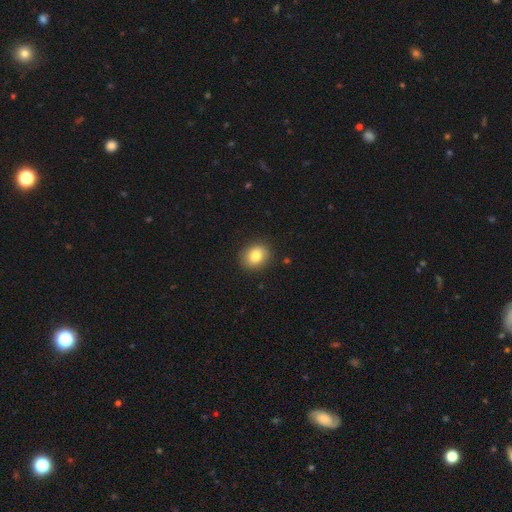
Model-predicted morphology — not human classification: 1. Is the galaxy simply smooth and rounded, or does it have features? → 83% smooth, 9% star or artifact, 8% featured or disk.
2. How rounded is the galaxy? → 61% round, 38% in between, 1% cigar-shaped.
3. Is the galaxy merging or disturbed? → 89% none, 7% minor disturbance, 2% major disturbance, 1% merger.